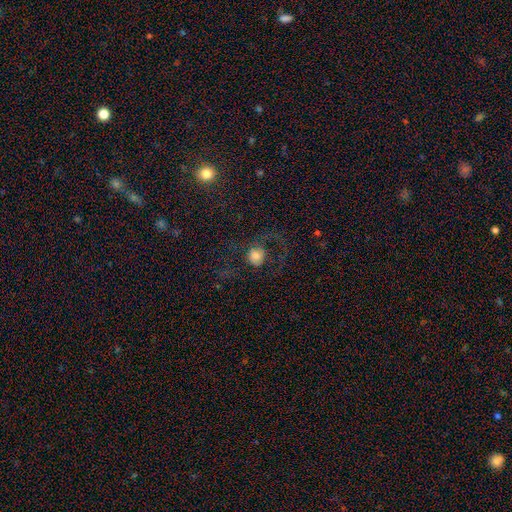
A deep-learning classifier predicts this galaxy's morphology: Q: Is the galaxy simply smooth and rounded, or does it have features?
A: smooth — 61%.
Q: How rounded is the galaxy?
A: round — 77%.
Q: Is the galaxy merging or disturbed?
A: none — 43%.